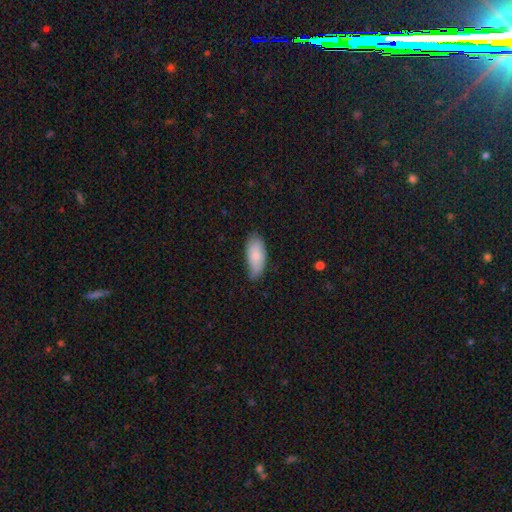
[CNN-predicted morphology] Smooth or featured? Predicted: smooth (p=0.83). How rounded? Predicted: in between (p=0.88). Merging? Predicted: none (p=0.67).